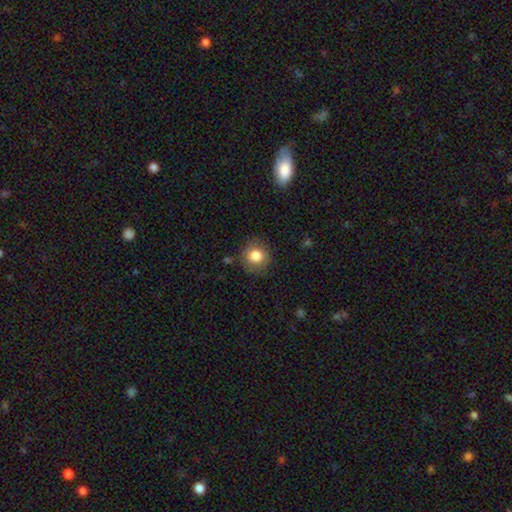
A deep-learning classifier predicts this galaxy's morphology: The model was most divided on "merging": none: 84%, minor disturbance: 11%, major disturbance: 3%, merger: 2%. More confident: how rounded — round (89%); smooth or featured — smooth (82%).